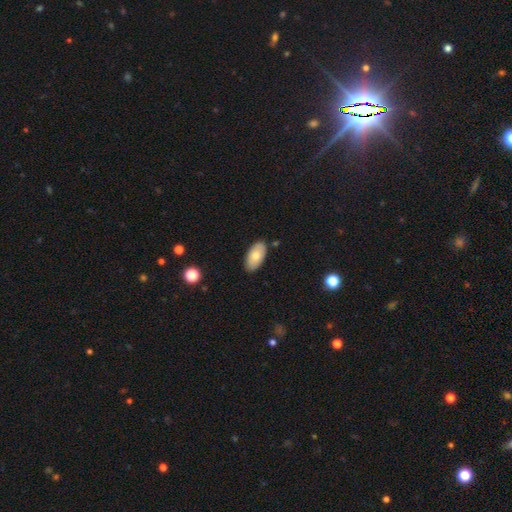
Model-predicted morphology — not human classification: The model was most divided on "smooth or featured": smooth: 71%, featured or disk: 23%, star or artifact: 7%. More confident: how rounded — in between (95%); merging — none (85%).